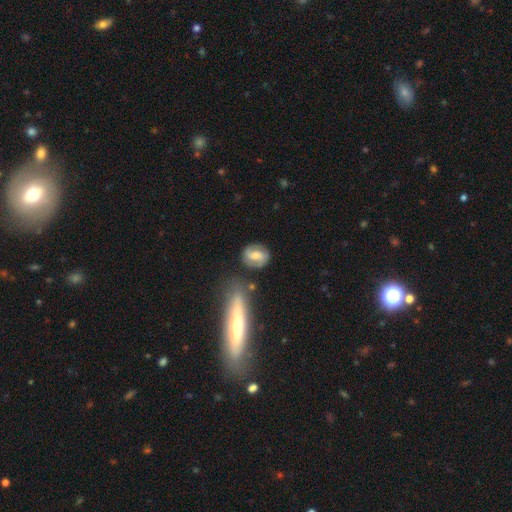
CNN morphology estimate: smooth_or_featured: featured or disk (p=0.49) [alt: smooth p=0.44]
merging: none (p=0.72) [alt: minor disturbance p=0.16]